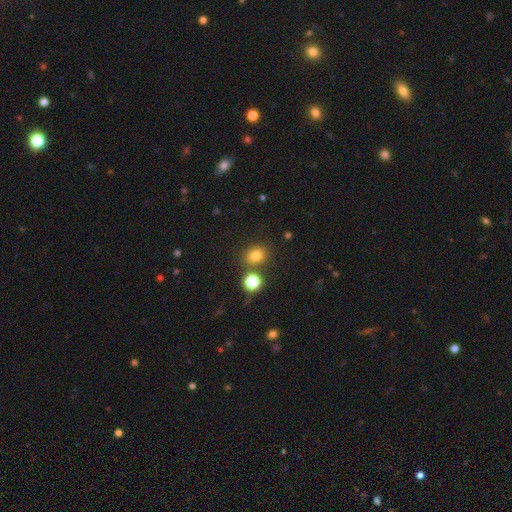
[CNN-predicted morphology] smooth_or_featured: smooth (p=0.78) [alt: star or artifact p=0.15]
how_rounded: round (p=0.55) [alt: in between p=0.44]
merging: none (p=0.76) [alt: minor disturbance p=0.10]